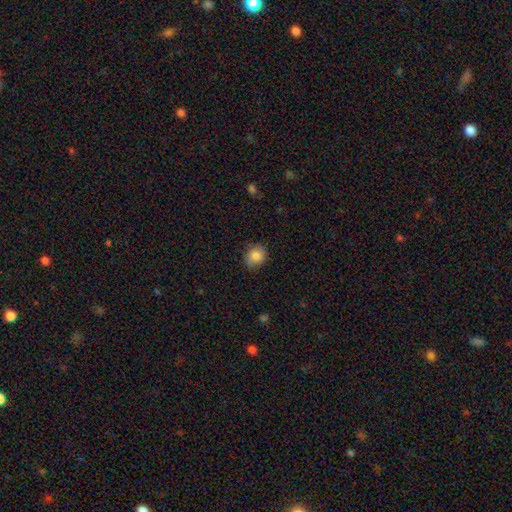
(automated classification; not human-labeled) This is clearly a smooth galaxy (85%). How rounded: likely round (74%). Merging: clearly none (82%).